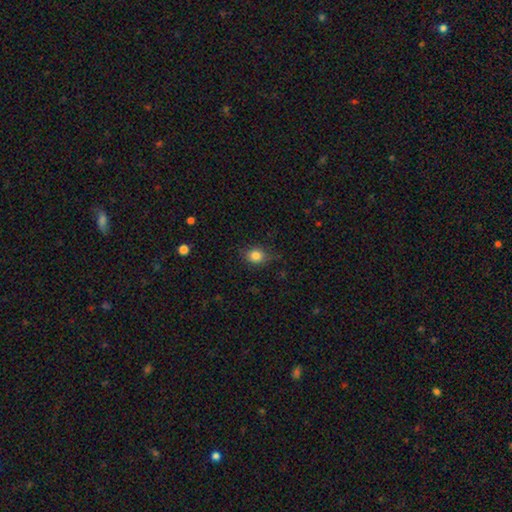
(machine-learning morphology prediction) Smooth or featured? smooth (83%)
How rounded? round (65%)
Merging? none (74%)